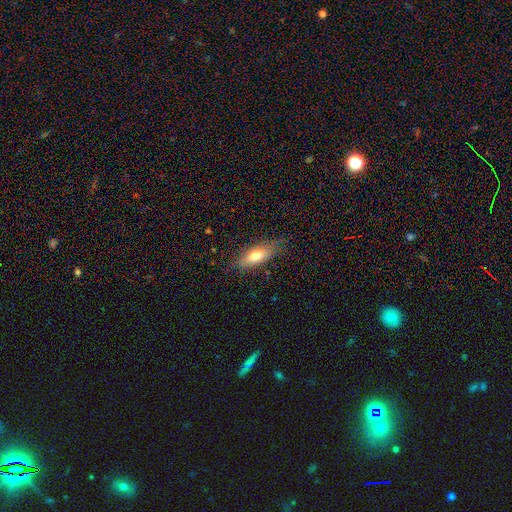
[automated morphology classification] Smooth or featured?
  - smooth: 68% *
  - featured or disk: 25%
  - star or artifact: 7%
How rounded?
  - in between: 67% *
  - cigar-shaped: 30%
  - round: 3%
Merging?
  - none: 75% *
  - minor disturbance: 19%
  - major disturbance: 5%
  - merger: 1%